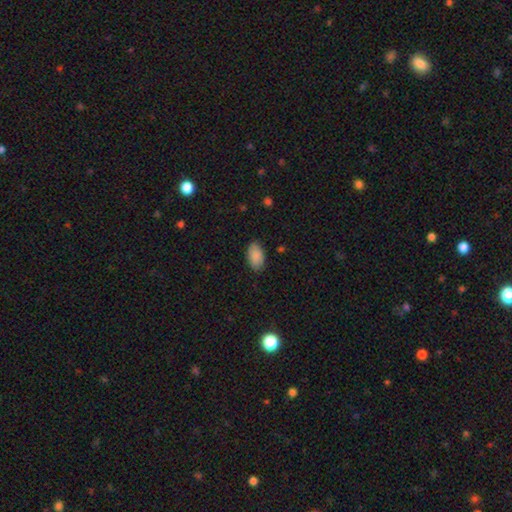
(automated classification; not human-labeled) A smooth galaxy with no disk features (89%) that is in between round and cigar-shaped (94%). Merging: none (84%).